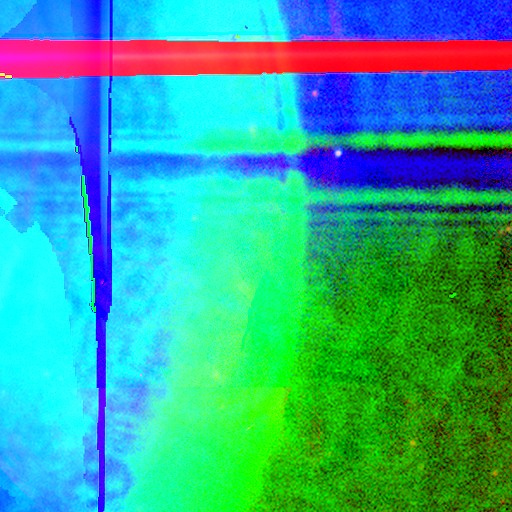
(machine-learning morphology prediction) This is clearly a star or artifact rather than a galaxy (82%).